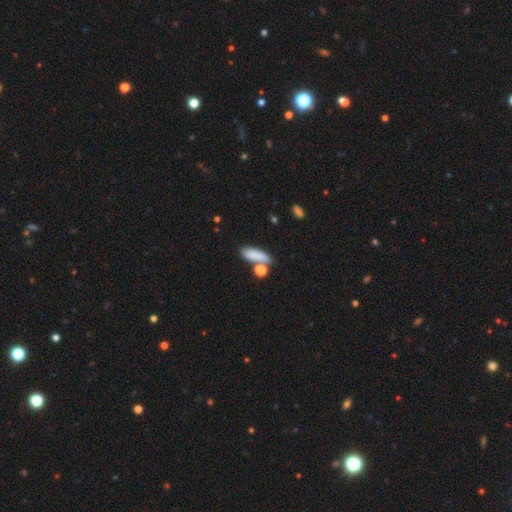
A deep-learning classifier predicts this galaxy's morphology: Smooth or featured? smooth (83%)
How rounded? in between (57%)
Merging? none (62%)